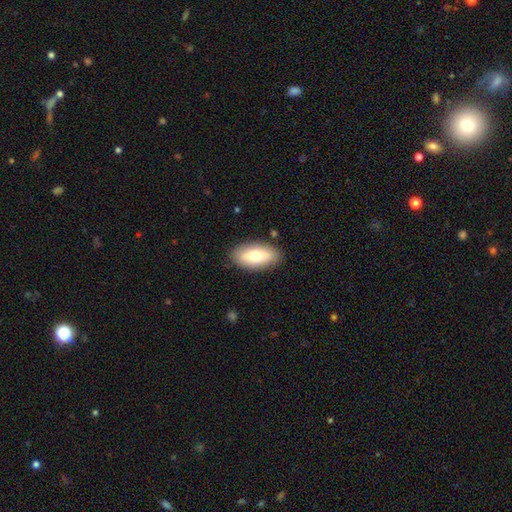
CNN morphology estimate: smooth 74%, featured or disk 20%, star or artifact 6%. Down the decision tree: how rounded — in between (90%); merging — none (87%).